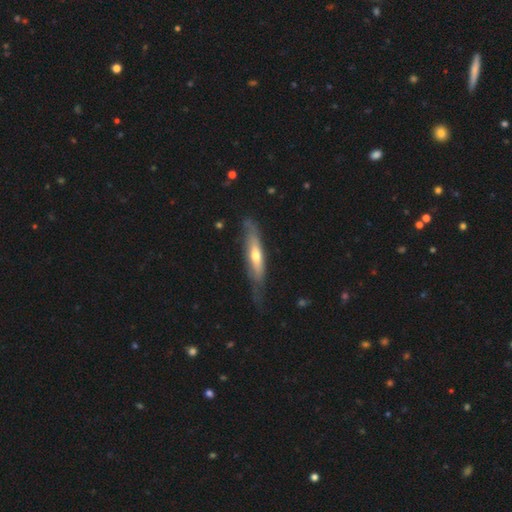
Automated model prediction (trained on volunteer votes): Morphology: type=featured or disk (53%); edge-on=yes (70%); merging=none (60%).